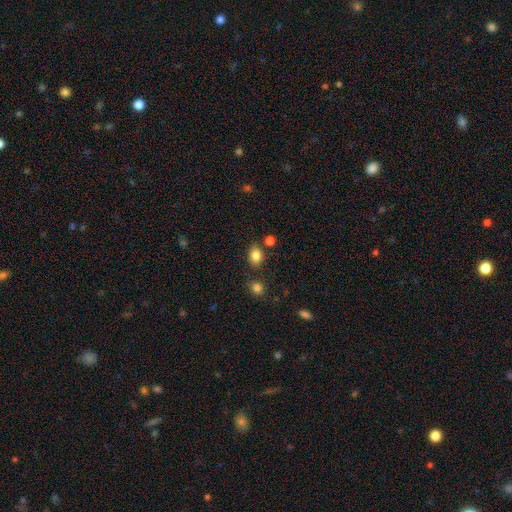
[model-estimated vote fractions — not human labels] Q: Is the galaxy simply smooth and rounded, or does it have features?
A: smooth — 83%.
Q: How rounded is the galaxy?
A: in between — 62%.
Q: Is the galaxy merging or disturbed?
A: none — 77%.